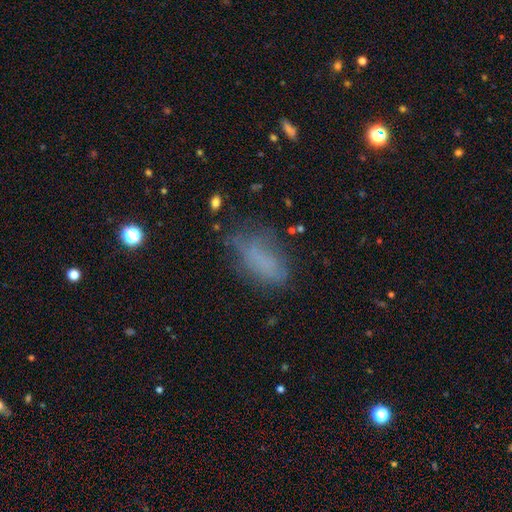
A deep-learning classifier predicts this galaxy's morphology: Overall: smooth (67%). How rounded: in between (84%). Merging: none (55%; minor disturbance 27%).